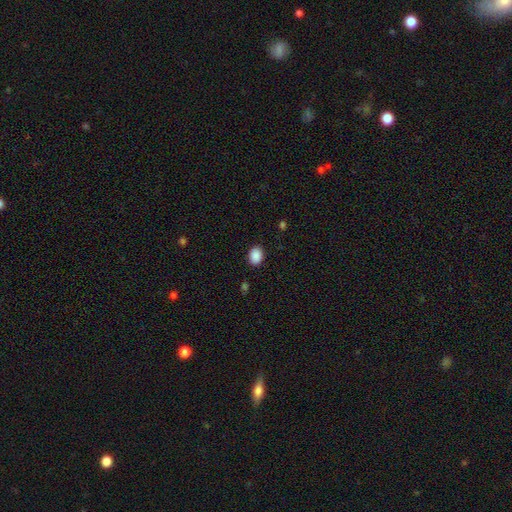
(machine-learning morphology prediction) Overall: smooth (90%). How rounded: in between (69%; round 30%). Merging: none (89%).